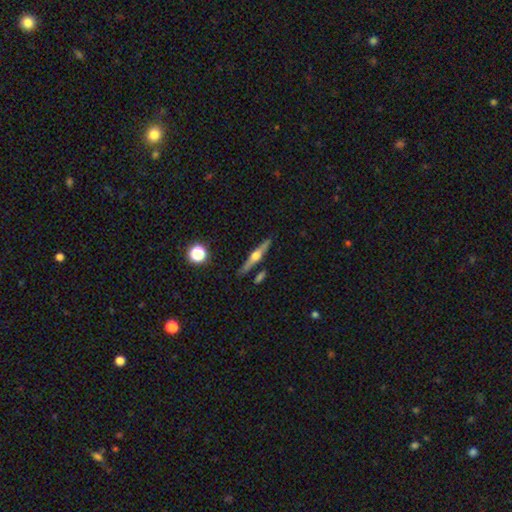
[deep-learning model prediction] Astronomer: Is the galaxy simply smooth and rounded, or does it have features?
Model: featured or disk — 66%.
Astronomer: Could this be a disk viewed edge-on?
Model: yes — 96%.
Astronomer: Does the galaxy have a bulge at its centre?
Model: rounded — 93%.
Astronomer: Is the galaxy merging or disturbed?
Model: none — 86%.